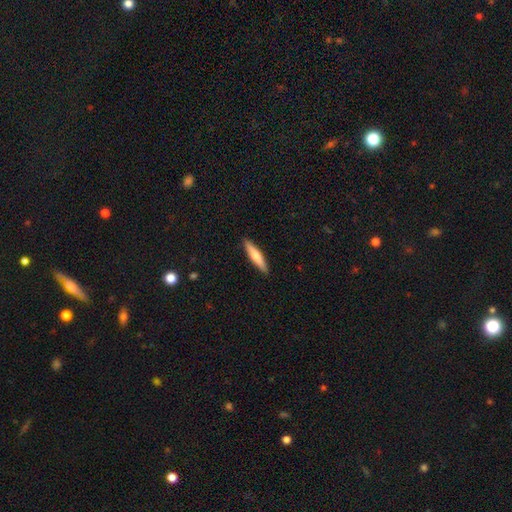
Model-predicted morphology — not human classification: Smooth or featured?
  - smooth: 67% *
  - featured or disk: 28%
  - star or artifact: 5%
How rounded?
  - cigar-shaped: 85% *
  - in between: 13%
  - round: 1%
Merging?
  - none: 91% *
  - minor disturbance: 7%
  - major disturbance: 1%
  - merger: 1%